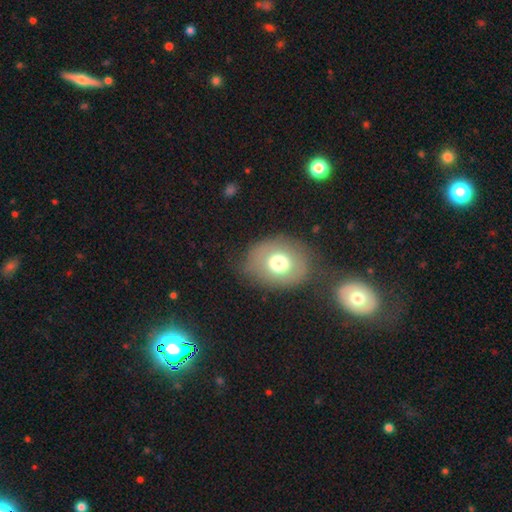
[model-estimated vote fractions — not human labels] smooth-or-featured: smooth: 44% | featured or disk: 33% | star or artifact: 23%
  merging: none: 72% | merger: 12% | minor disturbance: 11% | major disturbance: 5%